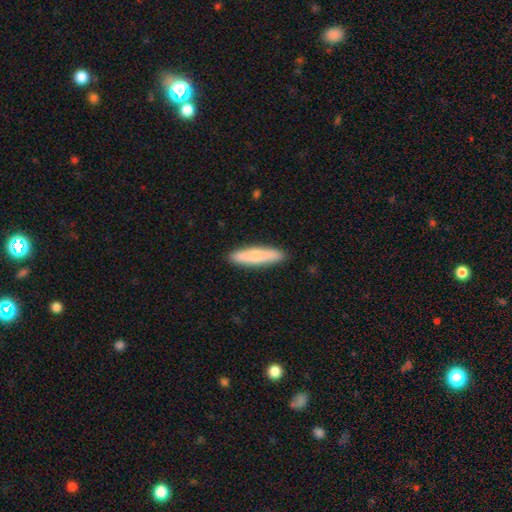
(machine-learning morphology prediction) A smooth galaxy with no disk features (77%) that is cigar-shaped (86%). Merging: none (90%).